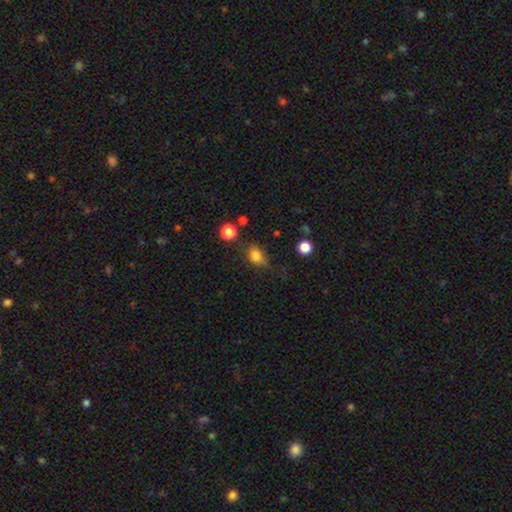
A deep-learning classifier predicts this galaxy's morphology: This is clearly a smooth galaxy (80%). How rounded: likely in between (62%). Merging: possibly none (58%).